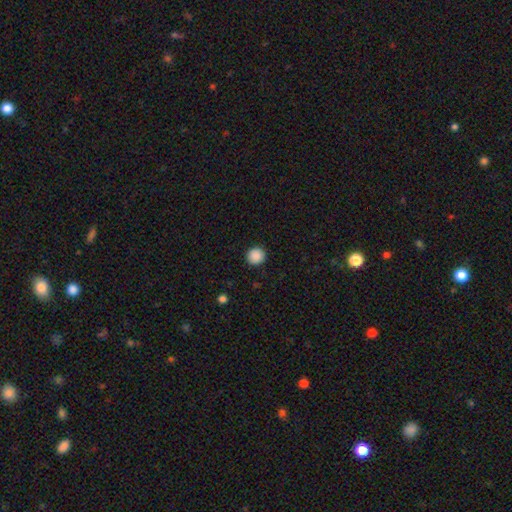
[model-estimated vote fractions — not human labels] The model was most divided on "smooth or featured": smooth: 89%, star or artifact: 9%, featured or disk: 2%. More confident: how rounded — round (94%); merging — none (92%).